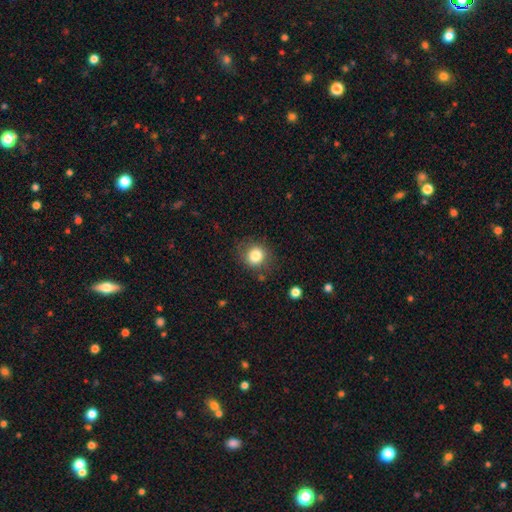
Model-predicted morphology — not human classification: A smooth galaxy with no disk features (82%) that is round (80%). Merging: none (78%).